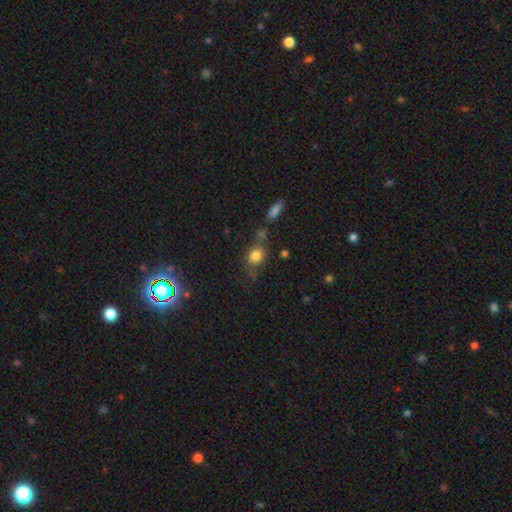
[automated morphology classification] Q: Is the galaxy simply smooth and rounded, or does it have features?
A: smooth — 80%.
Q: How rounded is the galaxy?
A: round — 61%.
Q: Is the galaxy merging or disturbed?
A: none — 59%.